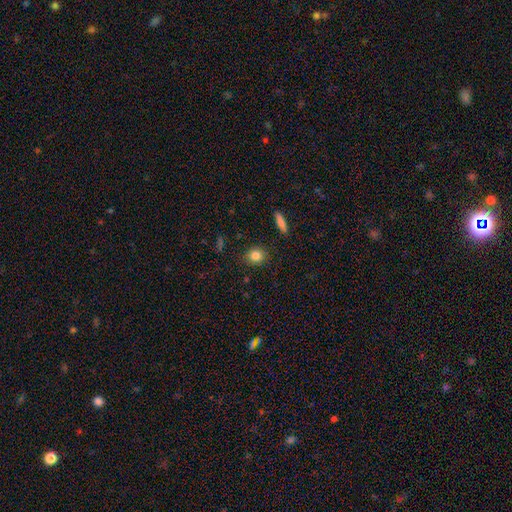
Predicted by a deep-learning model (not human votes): Smooth or featured: smooth — 83% (star or artifact — 10%)
How rounded: round — 75% (in between — 23%)
Merging: none — 87% (minor disturbance — 9%)